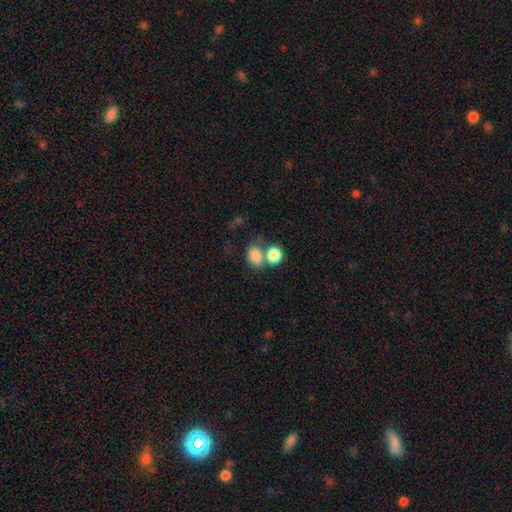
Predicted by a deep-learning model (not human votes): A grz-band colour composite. It shows a smooth galaxy with no disk features (82%) that is in between round and cigar-shaped (55%). Merging: merger (45%).